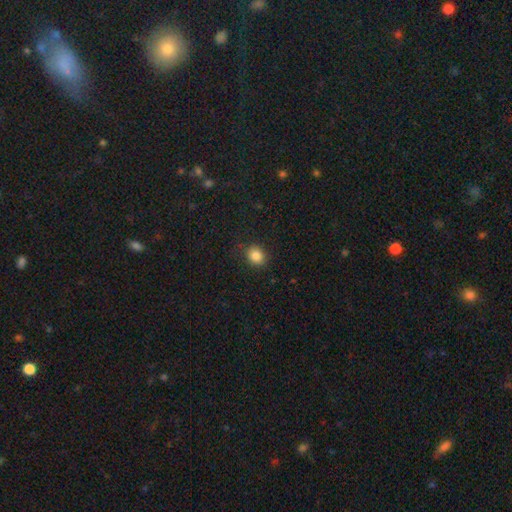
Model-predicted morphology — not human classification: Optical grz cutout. It shows a smooth galaxy with no disk features (85%) that is round (67%). Merging: none (86%).